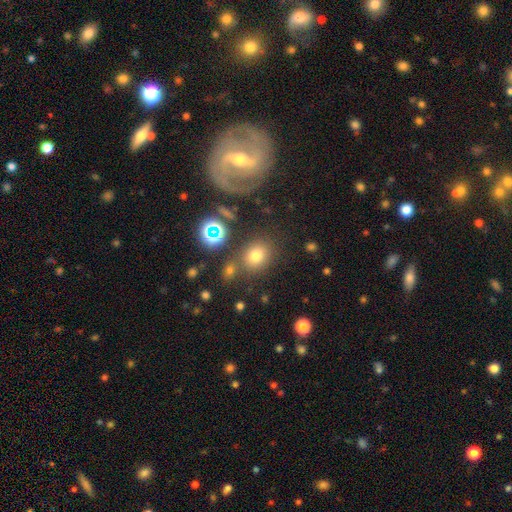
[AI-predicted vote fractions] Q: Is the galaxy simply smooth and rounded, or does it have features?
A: smooth — 71%.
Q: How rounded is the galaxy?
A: round — 61%.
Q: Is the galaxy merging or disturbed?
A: none — 72%.